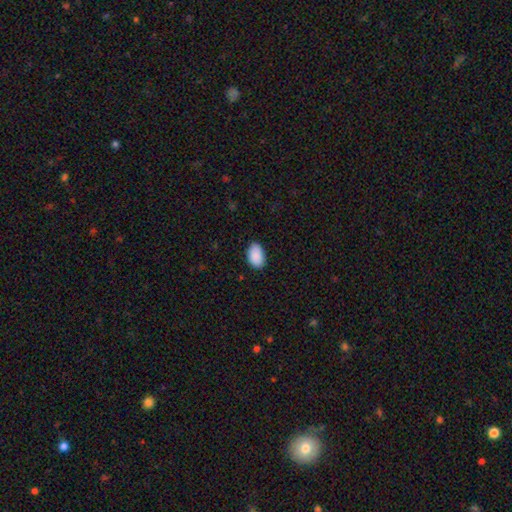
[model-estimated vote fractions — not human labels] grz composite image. It shows a smooth galaxy with no disk features (91%) that is in between round and cigar-shaped (92%). Merging: none (84%).